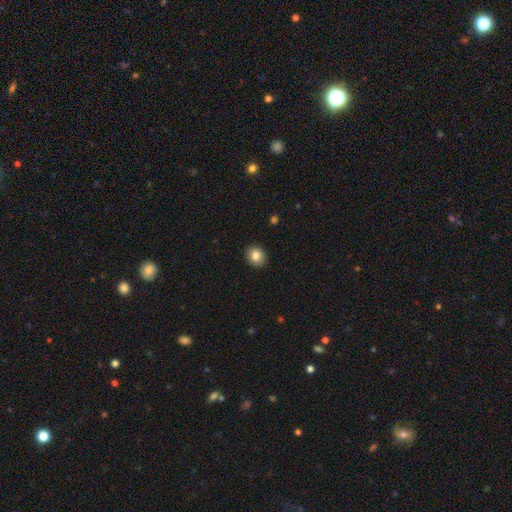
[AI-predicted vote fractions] A smooth galaxy with no disk features (84%) that is round (79%). Merging: none (92%).